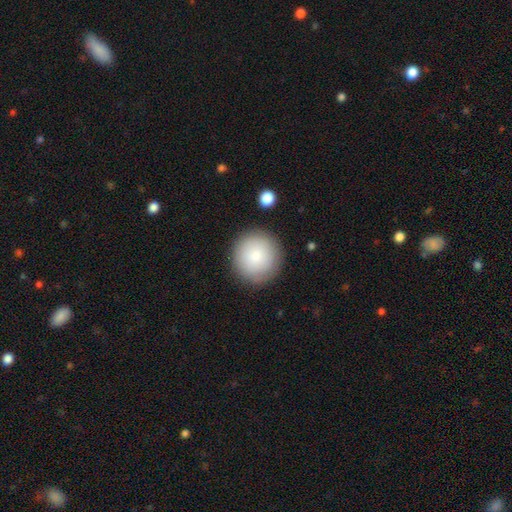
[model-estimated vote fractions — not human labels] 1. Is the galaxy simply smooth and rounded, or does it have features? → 82% smooth, 11% featured or disk, 7% star or artifact.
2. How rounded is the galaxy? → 95% round, 4% in between, 1% cigar-shaped.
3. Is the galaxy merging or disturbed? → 87% none, 9% minor disturbance, 3% major disturbance, 2% merger.